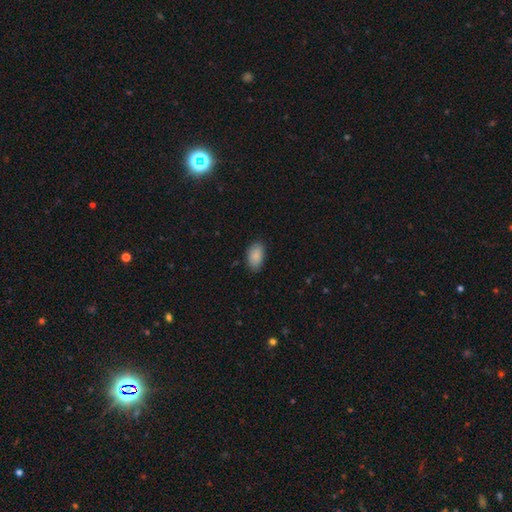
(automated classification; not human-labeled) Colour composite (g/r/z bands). It shows a smooth galaxy with no disk features (88%) that is in between round and cigar-shaped (93%). Merging: none (83%).